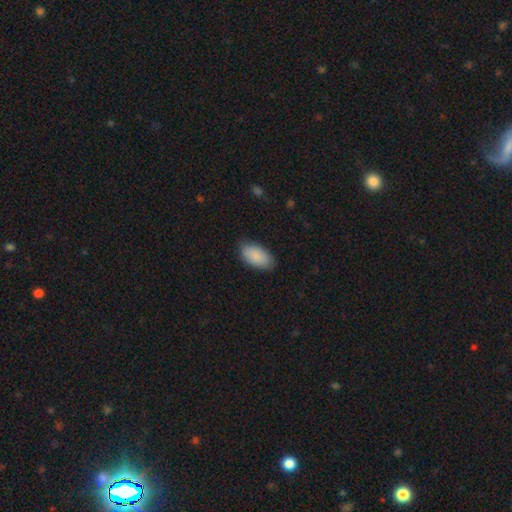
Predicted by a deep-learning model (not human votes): Smooth or featured? smooth (89%)
How rounded? in between (95%)
Merging? none (81%)